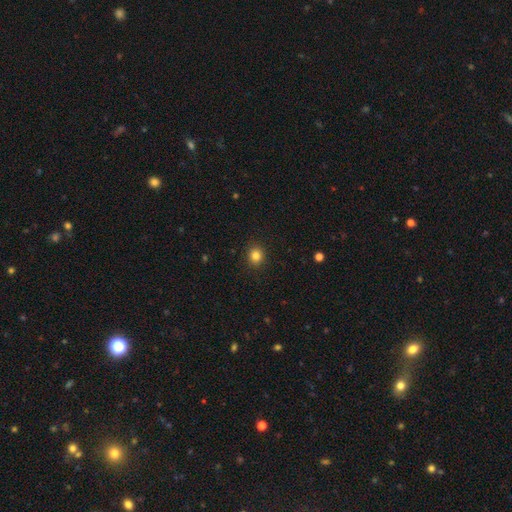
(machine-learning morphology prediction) This is clearly a smooth galaxy (83%). How rounded: clearly round (84%). Merging: clearly none (91%).